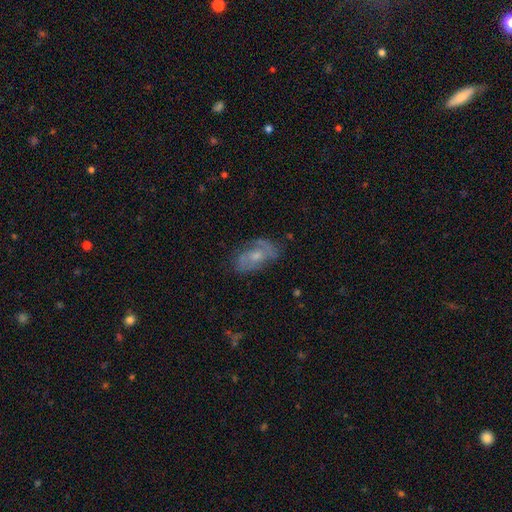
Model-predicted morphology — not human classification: type=featured or disk (64%); edge-on=no (94%); bar=no (68%); spiral arms=yes (79%); bulge=moderate (51%); merging=none (66%).